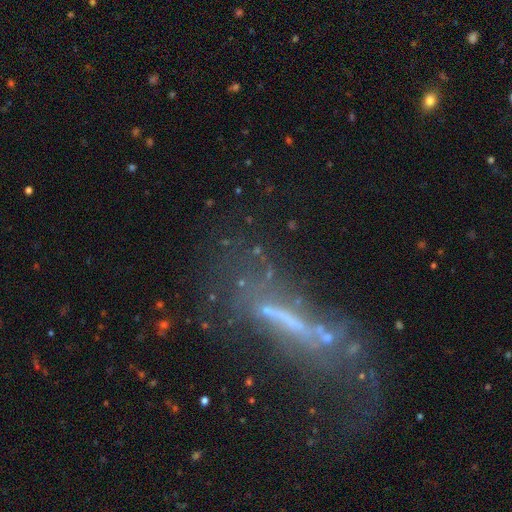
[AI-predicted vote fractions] Overall: featured or disk (59%; smooth 21%). Edge-on disk: no (63%; yes 37%). Merging: major disturbance (40%; none 34%).